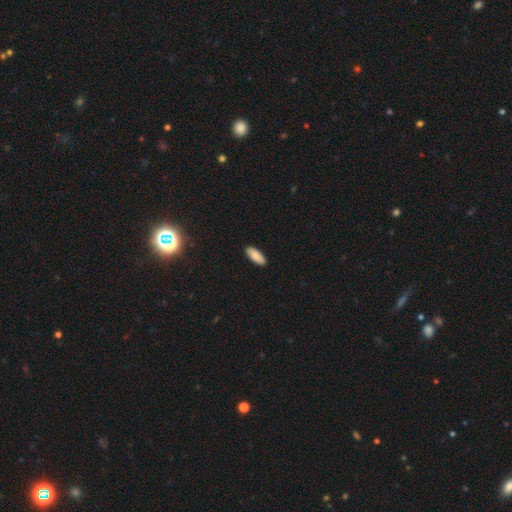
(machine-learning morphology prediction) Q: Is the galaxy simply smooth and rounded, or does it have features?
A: smooth — 87%.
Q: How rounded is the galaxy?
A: in between — 74%.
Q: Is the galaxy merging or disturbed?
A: none — 90%.